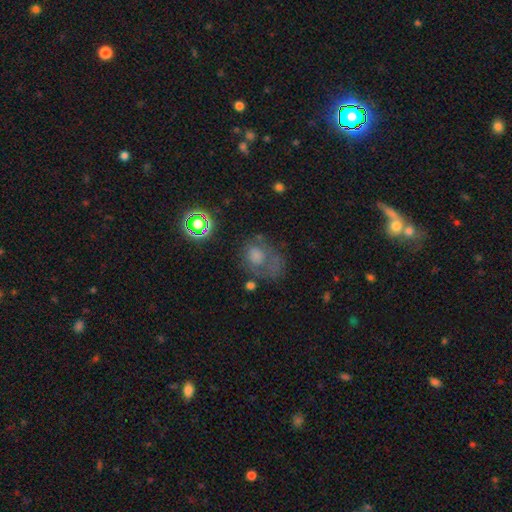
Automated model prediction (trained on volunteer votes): Smooth or featured: smooth — 45% (featured or disk — 30%)
Merging: none — 44% (major disturbance — 28%)